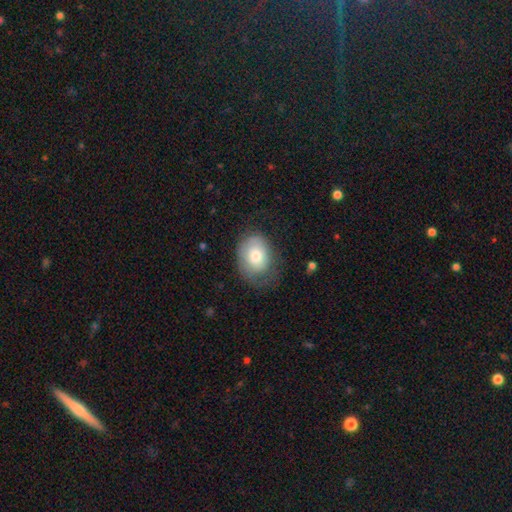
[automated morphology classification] Q: Smooth or featured?
A: smooth (72%); runner-up: featured or disk (20%)
Q: How rounded?
A: in between (61%); runner-up: round (38%)
Q: Merging?
A: none (53%); runner-up: minor disturbance (29%)